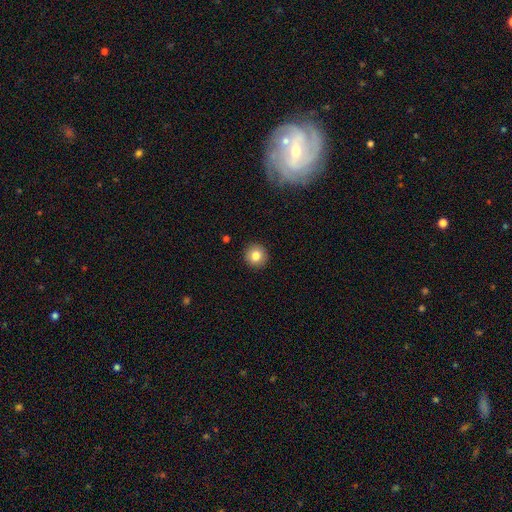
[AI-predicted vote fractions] smooth 82%, star or artifact 10%, featured or disk 8%. Down the decision tree: how rounded — round (93%); merging — none (92%).